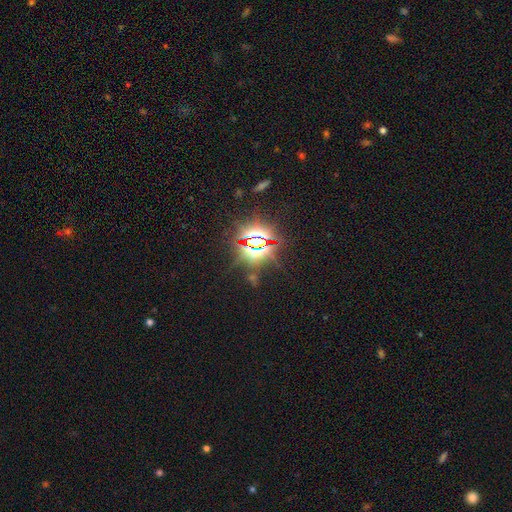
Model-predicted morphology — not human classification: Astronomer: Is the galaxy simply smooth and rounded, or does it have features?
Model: star or artifact — 85%.